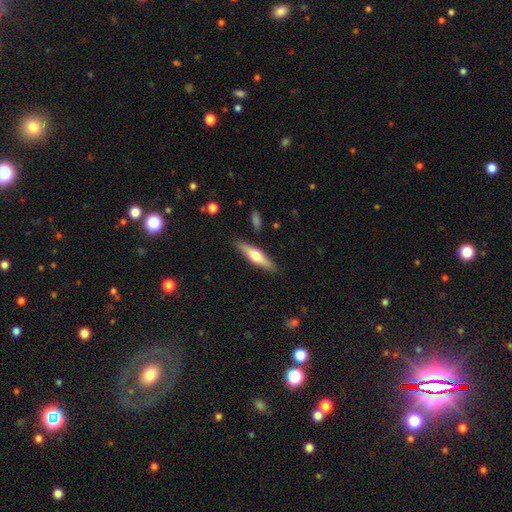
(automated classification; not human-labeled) Q: Smooth or featured?
A: featured or disk (49%); runner-up: smooth (46%)
Q: Merging?
A: none (88%); runner-up: minor disturbance (9%)